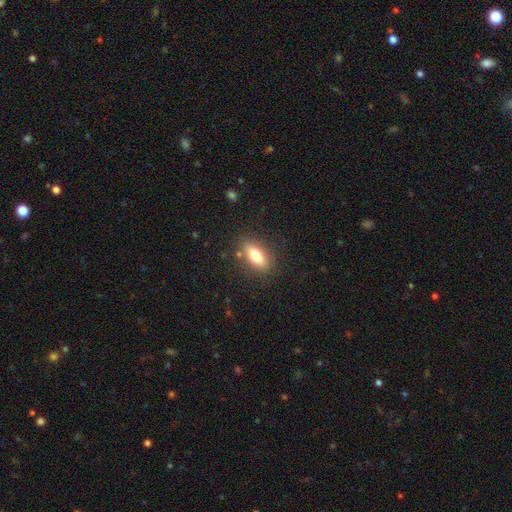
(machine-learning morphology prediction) type=smooth (73%); roundness=in between (77%); merging=none (84%).